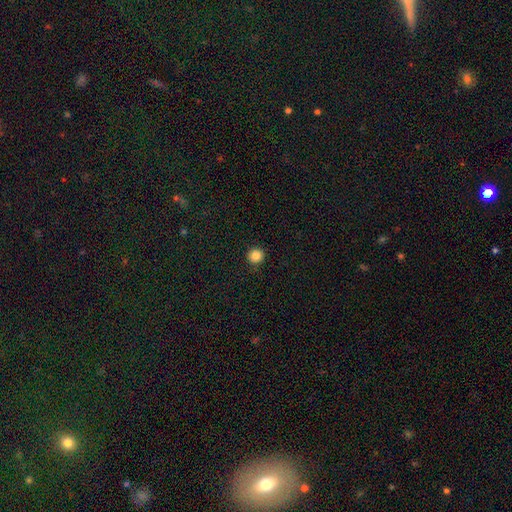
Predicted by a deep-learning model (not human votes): Q: Smooth or featured?
A: smooth (85%); runner-up: star or artifact (11%)
Q: How rounded?
A: round (95%); runner-up: in between (4%)
Q: Merging?
A: none (92%); runner-up: minor disturbance (5%)